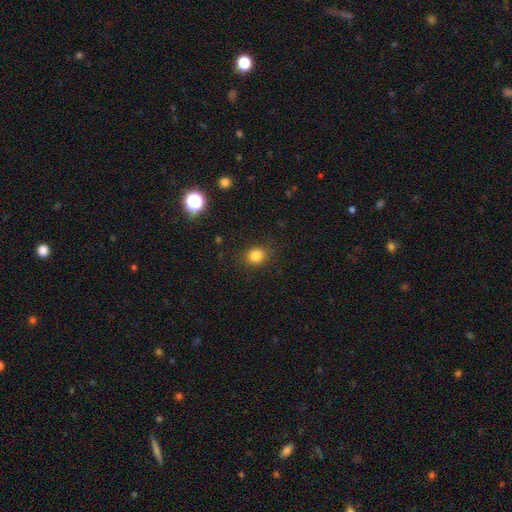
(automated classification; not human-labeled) This appears to be a smooth galaxy with no disk features (83%) that is round (74%). Merging: none (86%).